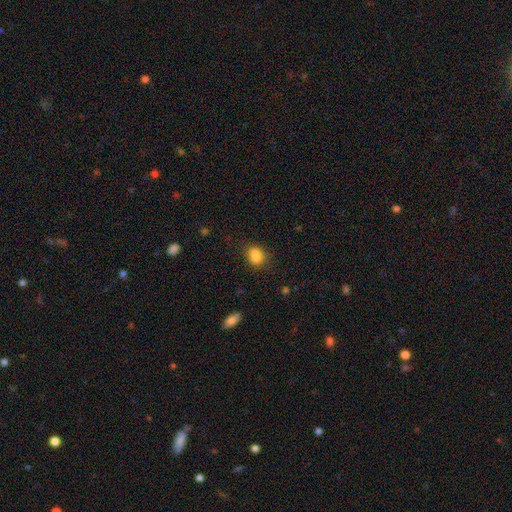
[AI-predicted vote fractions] Smooth or featured? Predicted: smooth (p=0.76). How rounded? Predicted: in between (p=0.53). Merging? Predicted: merger (p=0.40).